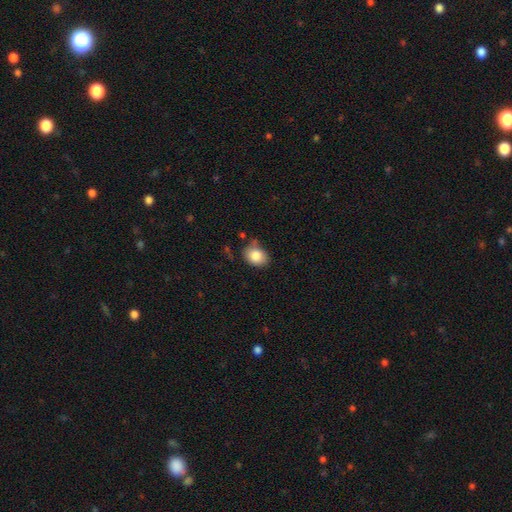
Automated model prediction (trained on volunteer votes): Smooth or featured? Predicted: smooth (p=0.84). How rounded? Predicted: in between (p=0.58). Merging? Predicted: none (p=0.69).